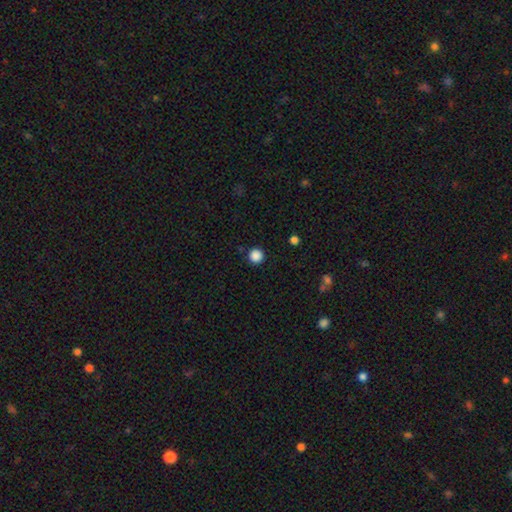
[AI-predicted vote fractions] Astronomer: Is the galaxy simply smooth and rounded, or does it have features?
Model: smooth — 87%.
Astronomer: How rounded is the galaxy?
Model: round — 96%.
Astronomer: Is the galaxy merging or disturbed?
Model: none — 91%.